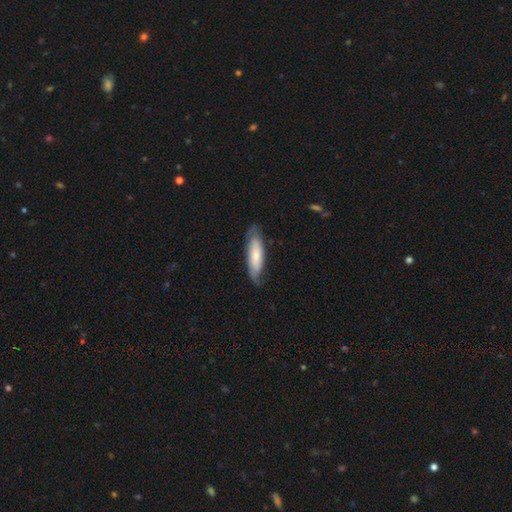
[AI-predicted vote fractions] This appears to be a smooth galaxy with no disk features (52%) that is cigar-shaped (50%). Merging: none (68%).